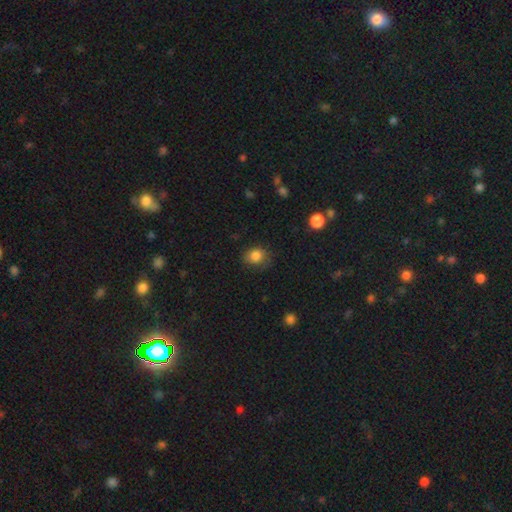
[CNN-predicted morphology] Smooth or featured? Predicted: smooth (p=0.83). How rounded? Predicted: round (p=0.67). Merging? Predicted: none (p=0.69).